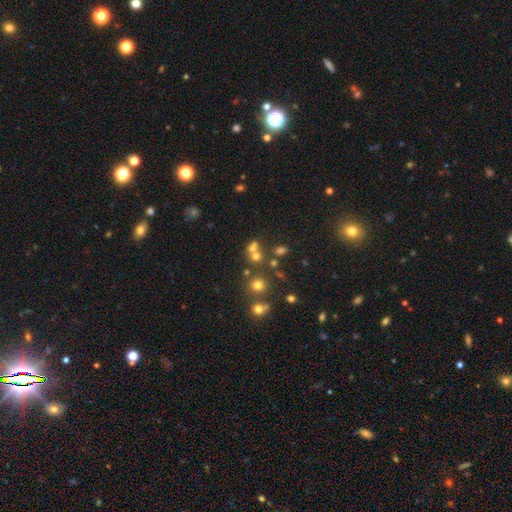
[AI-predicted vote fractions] Morphology: type=smooth (58%); roundness=round (76%); merging=none (50%).